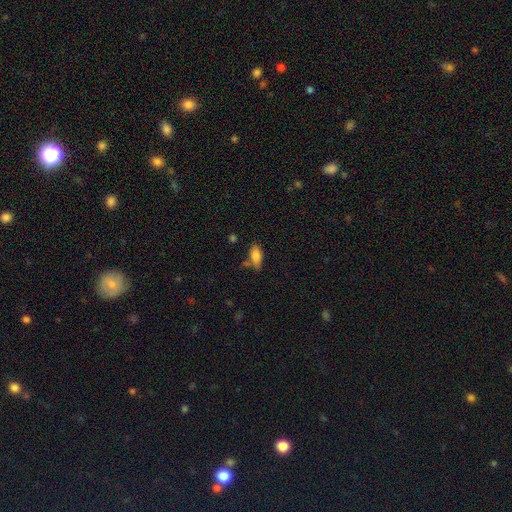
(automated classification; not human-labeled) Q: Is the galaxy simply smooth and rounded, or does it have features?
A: smooth — 82%.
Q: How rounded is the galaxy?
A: in between — 85%.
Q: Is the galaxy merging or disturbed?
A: none — 60%.